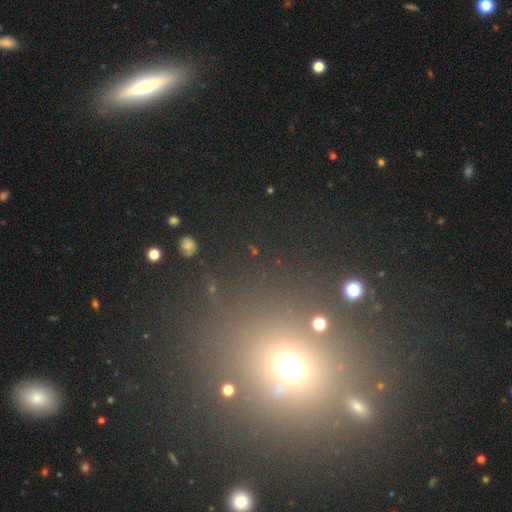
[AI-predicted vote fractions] Smooth or featured? star or artifact (49%)